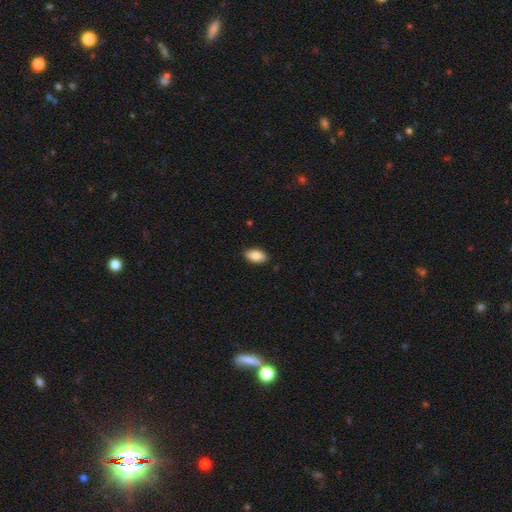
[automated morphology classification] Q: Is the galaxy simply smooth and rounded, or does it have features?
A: smooth — 86%.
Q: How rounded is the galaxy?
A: in between — 93%.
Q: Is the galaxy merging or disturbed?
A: none — 89%.